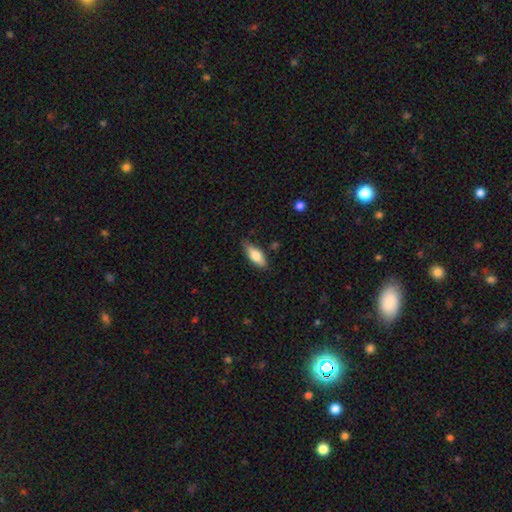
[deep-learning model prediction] A smooth galaxy with no disk features (71%) that is in between round and cigar-shaped (68%). Merging: none (78%).